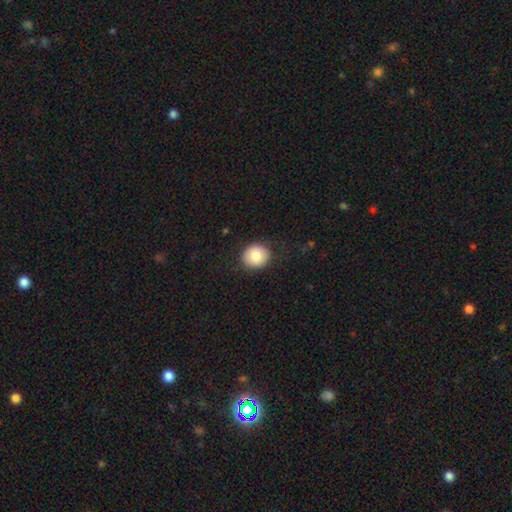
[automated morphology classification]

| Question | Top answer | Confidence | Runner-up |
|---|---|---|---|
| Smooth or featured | smooth | 83% | featured or disk (9%) |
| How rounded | round | 77% | in between (22%) |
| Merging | none | 86% | minor disturbance (10%) |